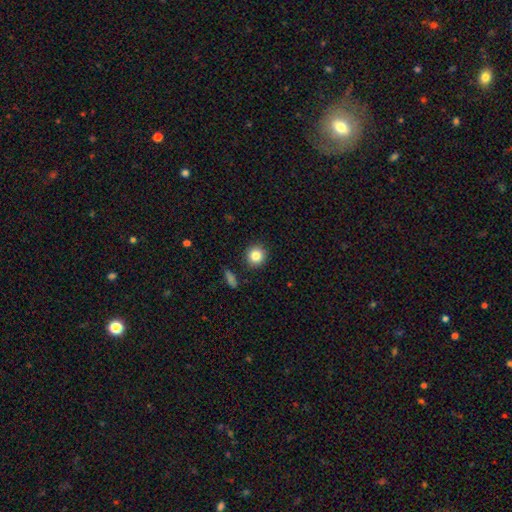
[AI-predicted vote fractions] Morphology: type=smooth (84%); roundness=round (91%); merging=none (89%).